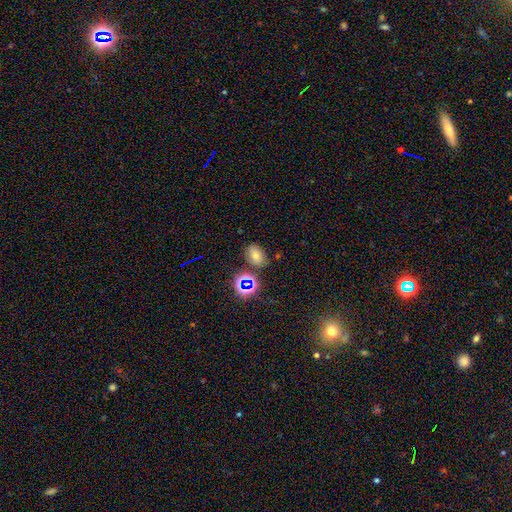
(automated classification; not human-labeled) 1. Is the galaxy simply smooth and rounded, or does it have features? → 52% smooth, 34% star or artifact, 14% featured or disk.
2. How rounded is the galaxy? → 73% in between, 25% round, 1% cigar-shaped.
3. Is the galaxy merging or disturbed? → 77% none, 13% minor disturbance, 6% merger, 4% major disturbance.